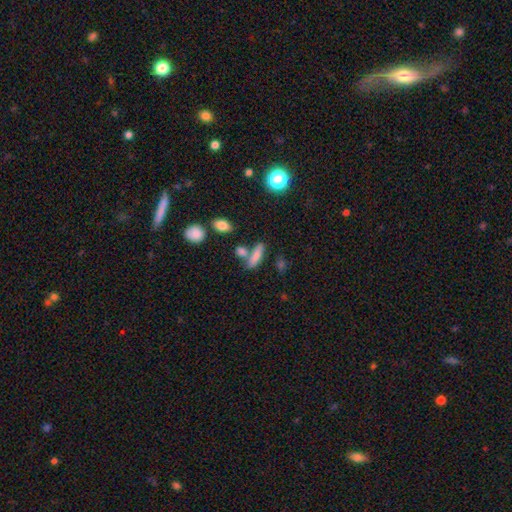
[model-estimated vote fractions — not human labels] The model was most divided on "how rounded": cigar-shaped: 60%, in between: 36%, round: 5%. More confident: smooth or featured — smooth (73%); merging — none (56%).